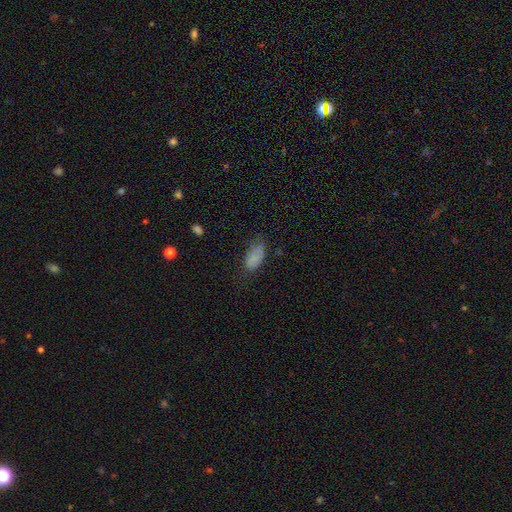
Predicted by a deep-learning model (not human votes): The model was most divided on "merging": none: 60%, minor disturbance: 28%, major disturbance: 10%, merger: 2%. More confident: how rounded — in between (92%); smooth or featured — smooth (83%).